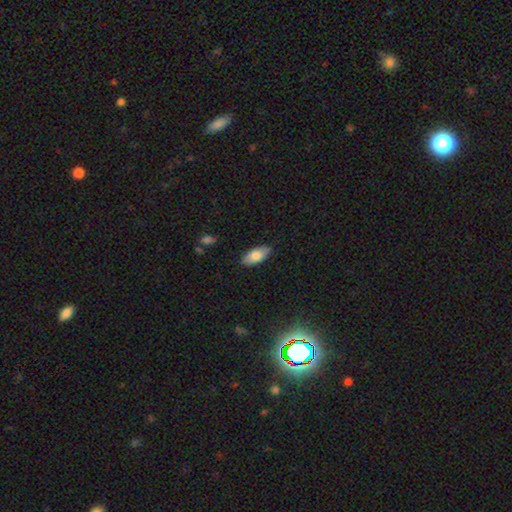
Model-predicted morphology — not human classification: The model was most divided on "smooth or featured": smooth: 78%, featured or disk: 16%, star or artifact: 6%. More confident: how rounded — in between (90%); merging — none (85%).